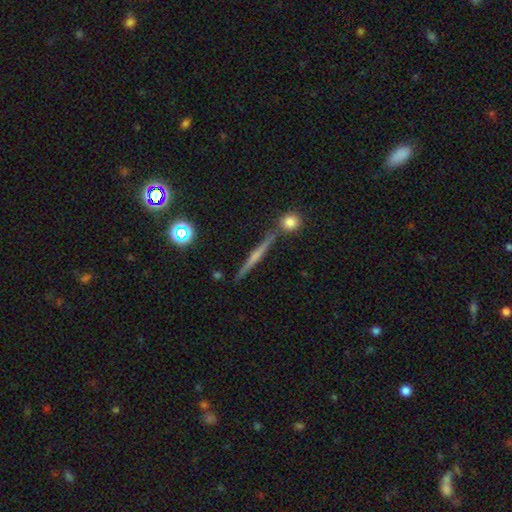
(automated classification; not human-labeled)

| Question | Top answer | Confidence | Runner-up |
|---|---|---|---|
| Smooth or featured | featured or disk | 61% | smooth (30%) |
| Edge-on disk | yes | 97% | no (3%) |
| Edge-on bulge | none | 44% | rounded (42%) |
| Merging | none | 84% | minor disturbance (8%) |